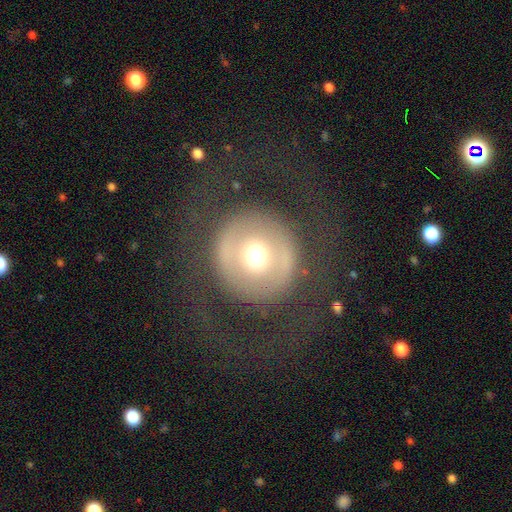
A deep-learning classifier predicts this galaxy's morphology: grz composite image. It shows a featured or disk galaxy (48%). Merging: none (71%).